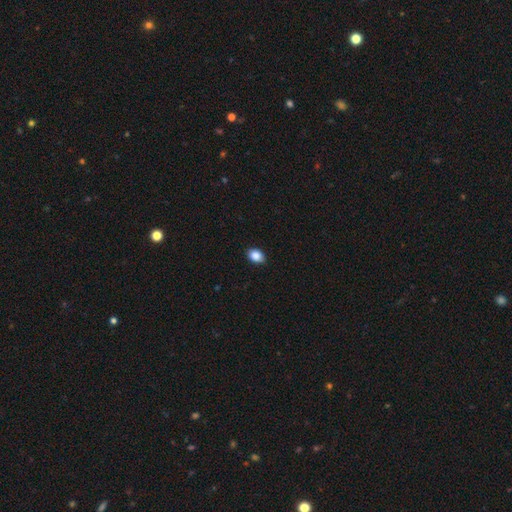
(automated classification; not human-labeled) smooth-or-featured: smooth: 89% | star or artifact: 8% | featured or disk: 3%
  how-rounded: in between: 75% | round: 24% | cigar-shaped: 1%
  merging: none: 90% | minor disturbance: 7% | major disturbance: 2% | merger: 1%